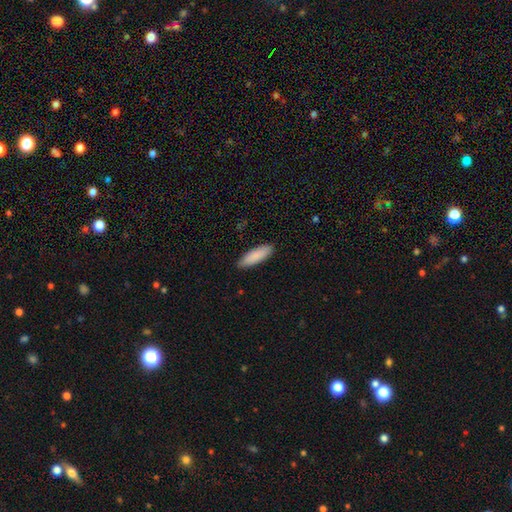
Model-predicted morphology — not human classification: smooth_or_featured: smooth (p=0.89) [alt: featured or disk p=0.06]
how_rounded: cigar-shaped (p=0.50) [alt: in between p=0.48]
merging: none (p=0.88) [alt: minor disturbance p=0.09]